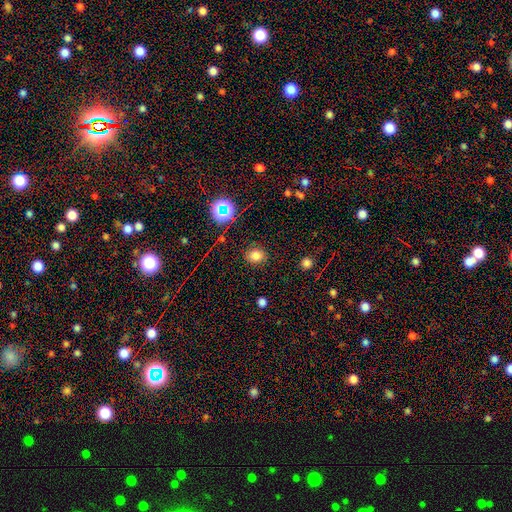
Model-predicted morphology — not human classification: This appears to be a smooth galaxy with no disk features (77%) that is round (64%). Merging: none (86%).